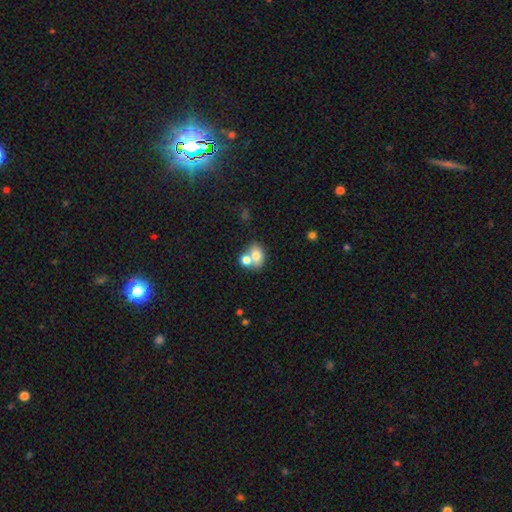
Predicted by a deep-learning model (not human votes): Smooth or featured? smooth (73%)
How rounded? in between (54%)
Merging? merger (49%)